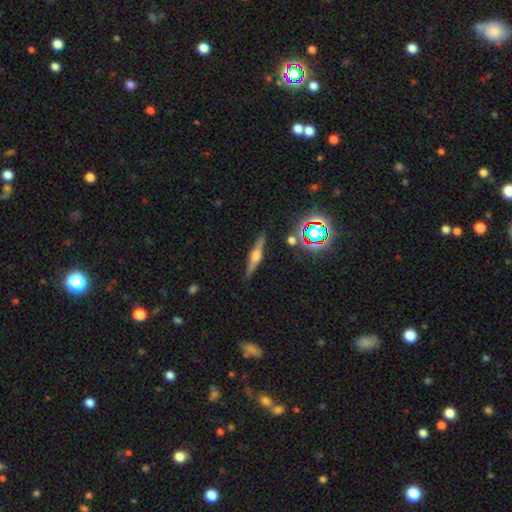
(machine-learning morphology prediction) type=featured or disk (69%); edge-on=yes (97%); edge-on bulge=rounded (90%); merging=none (87%).